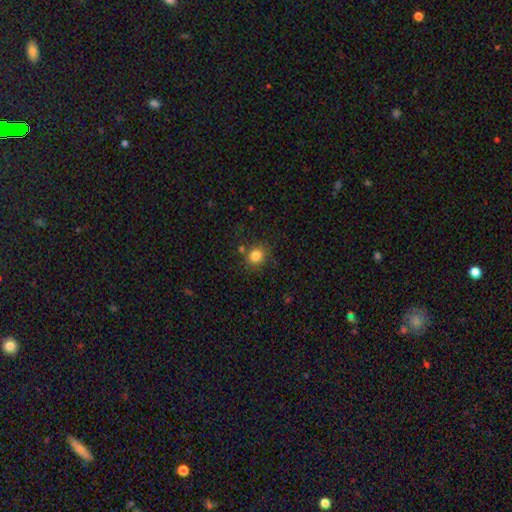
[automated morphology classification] Smooth or featured? smooth (83%)
How rounded? round (81%)
Merging? none (77%)